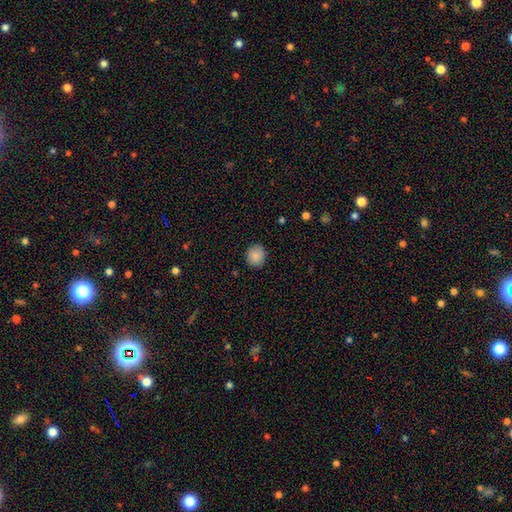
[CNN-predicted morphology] Smooth or featured? smooth (86%)
How rounded? round (83%)
Merging? none (89%)